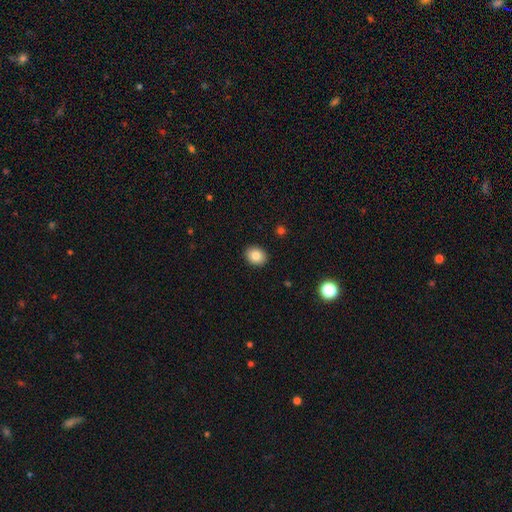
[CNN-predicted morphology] Smooth or featured? smooth (84%)
How rounded? round (53%)
Merging? none (91%)